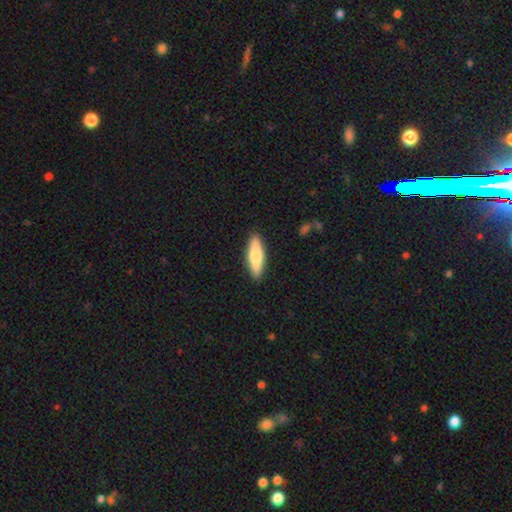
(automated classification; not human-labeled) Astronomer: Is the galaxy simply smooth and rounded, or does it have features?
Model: smooth — 69%.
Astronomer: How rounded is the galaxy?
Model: cigar-shaped — 65%.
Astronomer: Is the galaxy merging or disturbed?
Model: none — 89%.